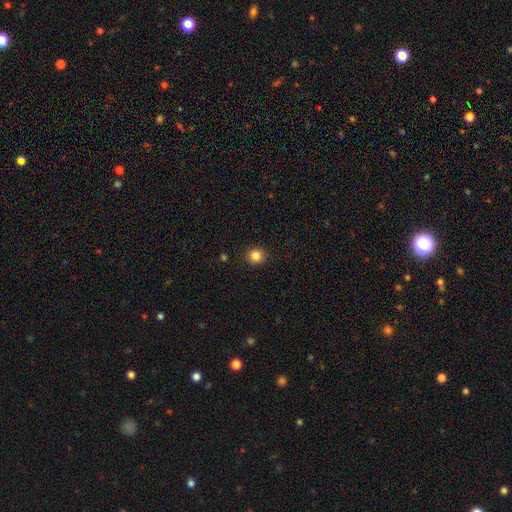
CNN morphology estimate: The model was most divided on "smooth or featured": smooth: 85%, star or artifact: 11%, featured or disk: 5%. More confident: merging — none (90%); how rounded — round (86%).